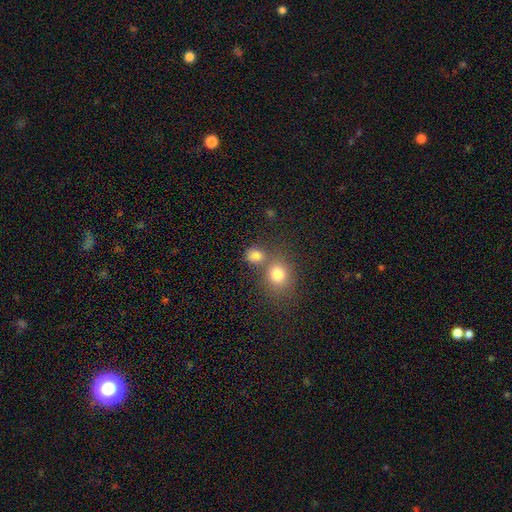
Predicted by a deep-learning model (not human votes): smooth_or_featured: smooth (p=0.79) [alt: star or artifact p=0.14]
how_rounded: round (p=0.69) [alt: in between p=0.30]
merging: none (p=0.56) [alt: merger p=0.30]